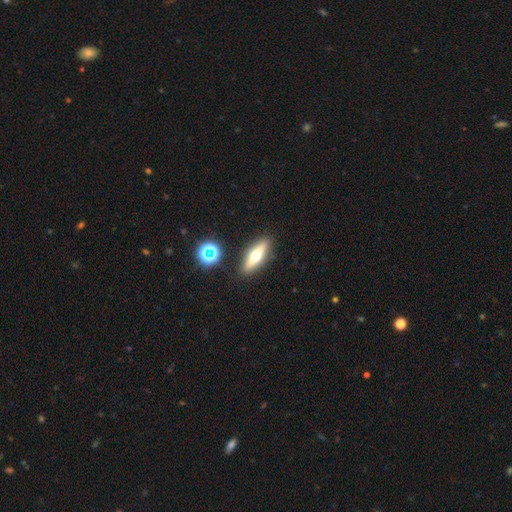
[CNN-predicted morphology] The model was most divided on "smooth or featured": featured or disk: 46%, smooth: 45%, star or artifact: 9%. More confident: merging — none (87%).